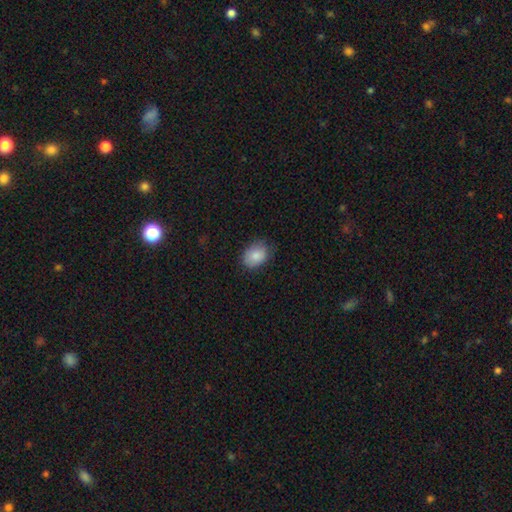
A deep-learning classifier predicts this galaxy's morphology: smooth-or-featured: smooth: 84% | featured or disk: 8% | star or artifact: 8%
  how-rounded: in between: 68% | round: 31% | cigar-shaped: 1%
  merging: none: 76% | minor disturbance: 19% | major disturbance: 4% | merger: 1%